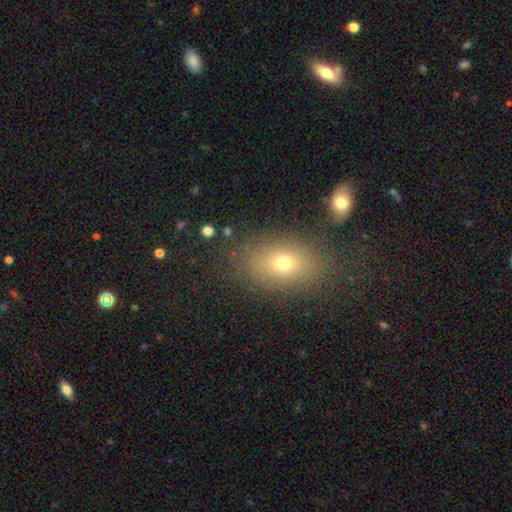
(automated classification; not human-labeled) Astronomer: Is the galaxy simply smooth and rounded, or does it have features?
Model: smooth — 66%.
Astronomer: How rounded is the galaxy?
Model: in between — 79%.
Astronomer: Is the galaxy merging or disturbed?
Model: none — 81%.